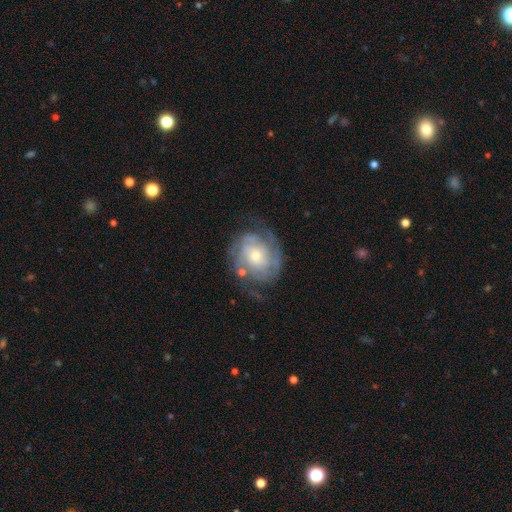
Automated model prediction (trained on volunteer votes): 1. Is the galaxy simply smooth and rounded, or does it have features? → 81% featured or disk, 14% smooth, 6% star or artifact.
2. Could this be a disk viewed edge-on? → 97% no, 3% yes.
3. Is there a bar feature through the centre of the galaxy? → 70% no, 25% weak, 5% strong.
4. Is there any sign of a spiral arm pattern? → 91% yes, 9% no.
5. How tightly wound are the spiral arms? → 56% tight, 32% medium, 12% loose.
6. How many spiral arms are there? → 36% 2, 33% can't tell, 16% 3, 7% 4, 5% 1, 4% more than 4.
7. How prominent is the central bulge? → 48% moderate, 46% small, 4% large, 1% none, 1% dominant.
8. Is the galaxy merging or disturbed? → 63% none, 20% minor disturbance, 14% major disturbance, 3% merger.